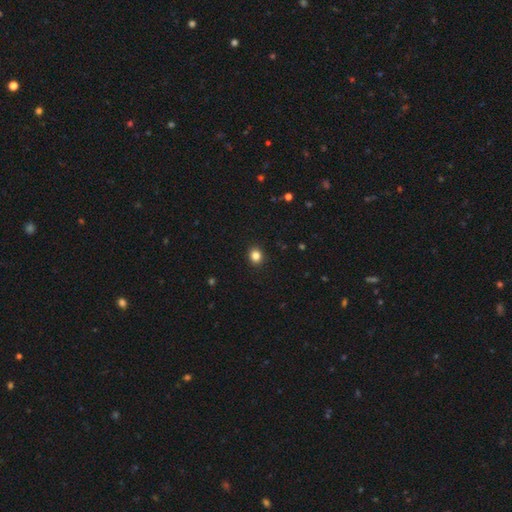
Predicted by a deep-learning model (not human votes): smooth_or_featured: smooth (p=0.84) [alt: star or artifact p=0.11]
how_rounded: round (p=0.73) [alt: in between p=0.26]
merging: none (p=0.92) [alt: minor disturbance p=0.05]